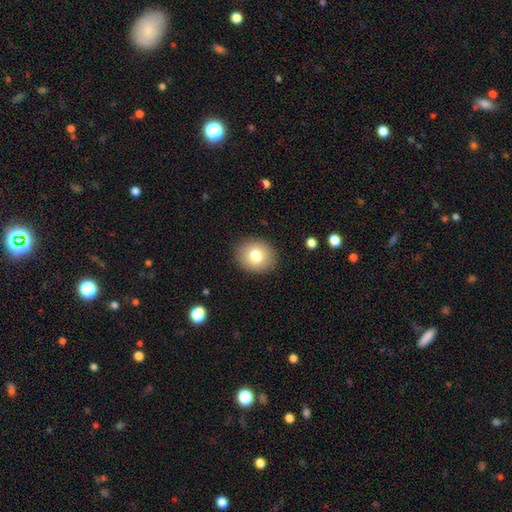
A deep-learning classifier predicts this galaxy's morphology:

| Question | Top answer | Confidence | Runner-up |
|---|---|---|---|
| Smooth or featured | smooth | 79% | featured or disk (12%) |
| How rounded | round | 66% | in between (34%) |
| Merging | none | 89% | minor disturbance (8%) |